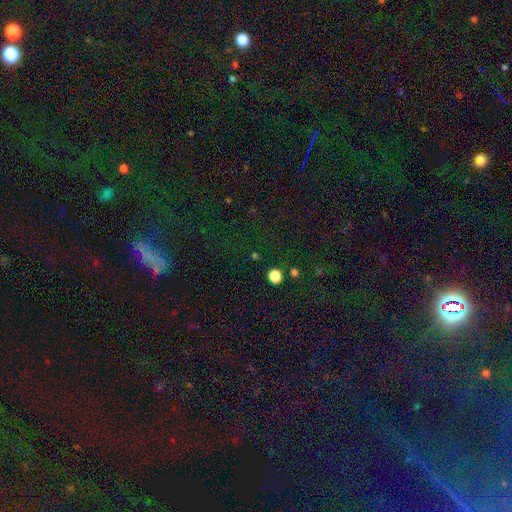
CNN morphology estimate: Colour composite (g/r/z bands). It shows a star or artifact, not a galaxy (57%).